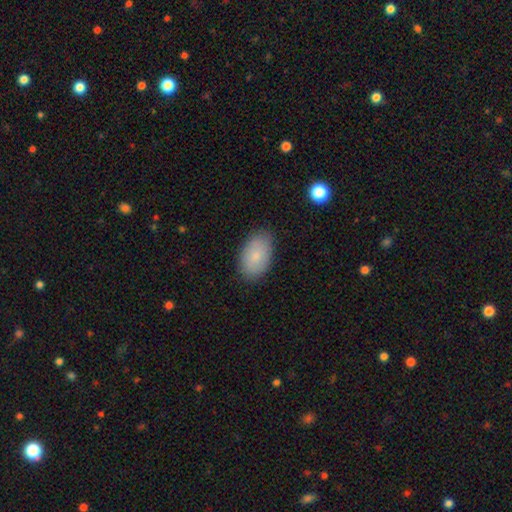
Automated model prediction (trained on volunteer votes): Q: Smooth or featured?
A: smooth (83%); runner-up: featured or disk (10%)
Q: How rounded?
A: in between (93%); runner-up: round (5%)
Q: Merging?
A: none (84%); runner-up: minor disturbance (12%)